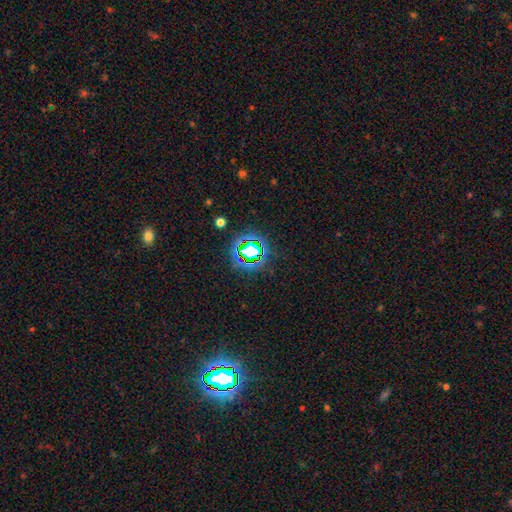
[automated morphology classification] Smooth or featured?
  - star or artifact: 77% *
  - smooth: 14%
  - featured or disk: 9%